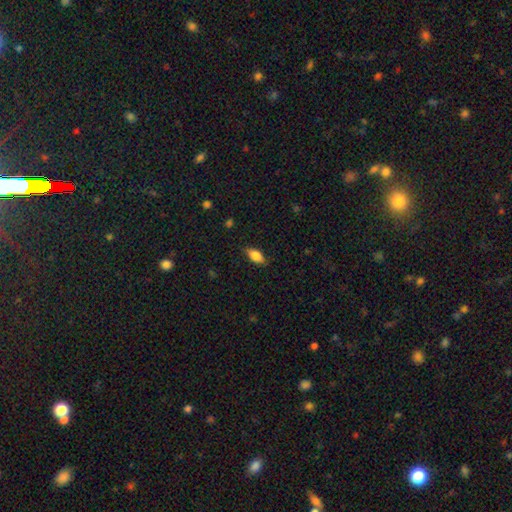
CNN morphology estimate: Smooth or featured: smooth — 81% (featured or disk — 11%)
How rounded: in between — 88% (cigar-shaped — 9%)
Merging: none — 82% (minor disturbance — 14%)